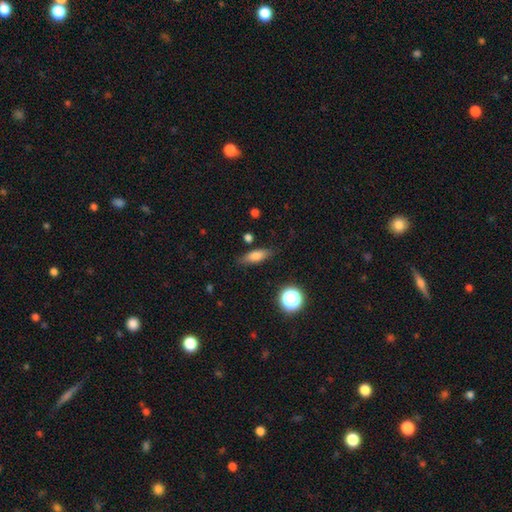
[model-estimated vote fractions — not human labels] A smooth galaxy with no disk features (73%) that is in between round and cigar-shaped (56%).

Vote fractions:
- Smooth or featured? smooth: 73% / featured or disk: 18% / star or artifact: 10%
- How rounded? in between: 56% / cigar-shaped: 38% / round: 6%
- Merging? none: 81% / minor disturbance: 14% / major disturbance: 3% / merger: 2%